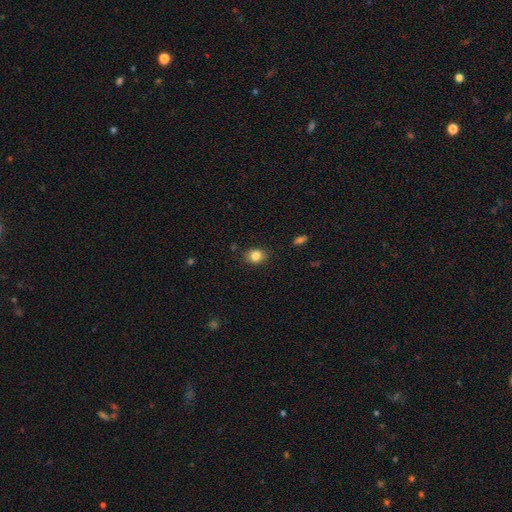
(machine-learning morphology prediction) Smooth or featured?
  - smooth: 83% *
  - star or artifact: 10%
  - featured or disk: 7%
How rounded?
  - round: 50% *
  - in between: 49%
  - cigar-shaped: 1%
Merging?
  - none: 84% *
  - minor disturbance: 12%
  - major disturbance: 3%
  - merger: 1%